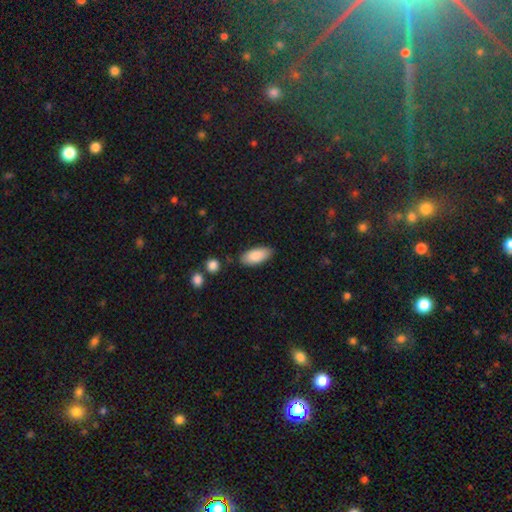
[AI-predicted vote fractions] Morphology: type=smooth (88%); roundness=in between (88%); merging=none (83%).